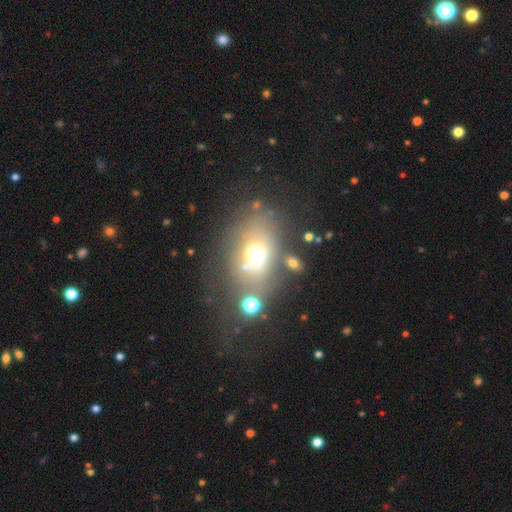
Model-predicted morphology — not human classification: Smooth or featured: smooth — 56% (featured or disk — 27%)
How rounded: in between — 67% (round — 32%)
Merging: none — 53% (minor disturbance — 18%)